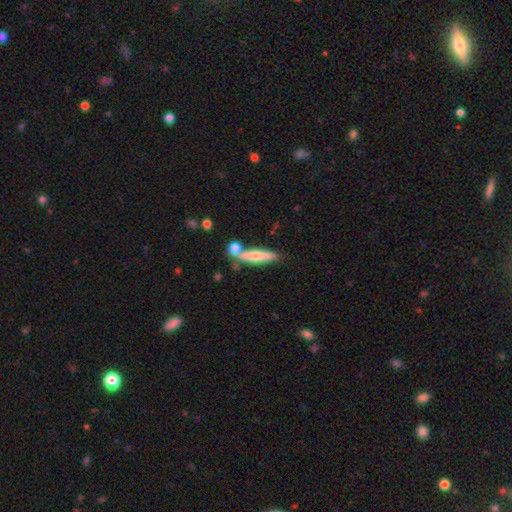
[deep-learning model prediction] Smooth or featured: smooth — 56% (featured or disk — 37%)
How rounded: cigar-shaped — 80% (in between — 18%)
Merging: none — 63% (merger — 18%)